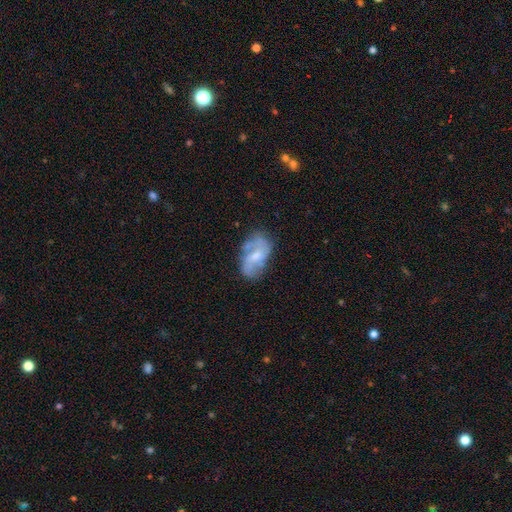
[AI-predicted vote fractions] Smooth or featured? featured or disk (64%)
Edge-on disk? no (96%)
Bar? no (47%)
Spiral arms? yes (75%)
Bulge size? moderate (42%)
Merging? none (57%)